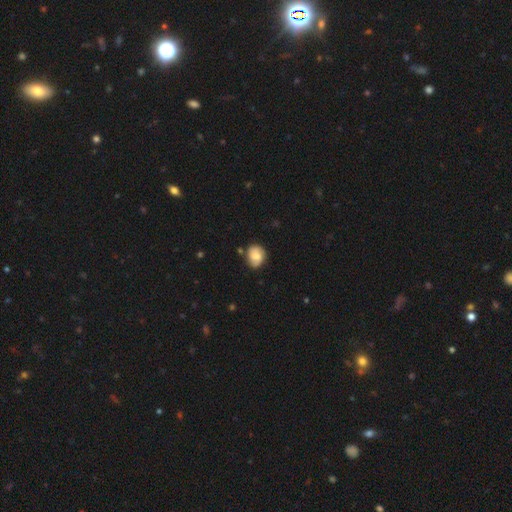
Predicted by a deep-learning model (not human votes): Smooth or featured? smooth (59%)
How rounded? round (60%)
Merging? none (70%)